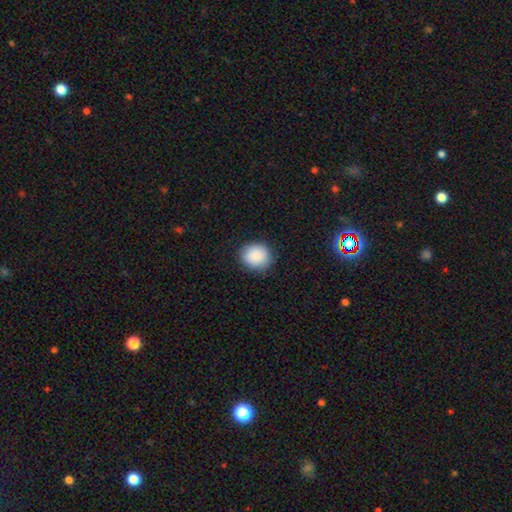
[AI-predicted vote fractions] Q: Smooth or featured?
A: smooth (89%); runner-up: star or artifact (8%)
Q: How rounded?
A: round (80%); runner-up: in between (19%)
Q: Merging?
A: none (86%); runner-up: minor disturbance (10%)